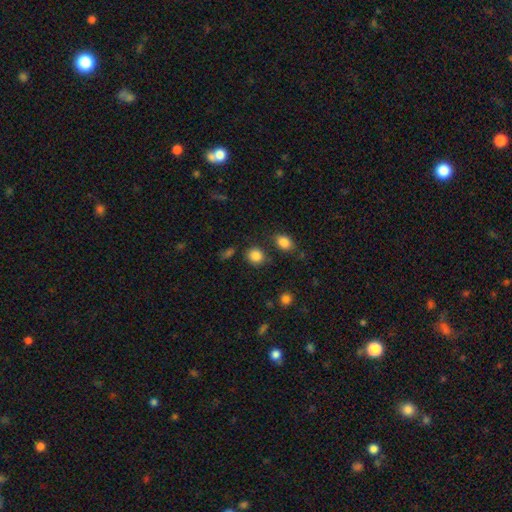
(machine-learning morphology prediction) A smooth galaxy with no disk features (85%) that is round (75%). Merging: none (79%).